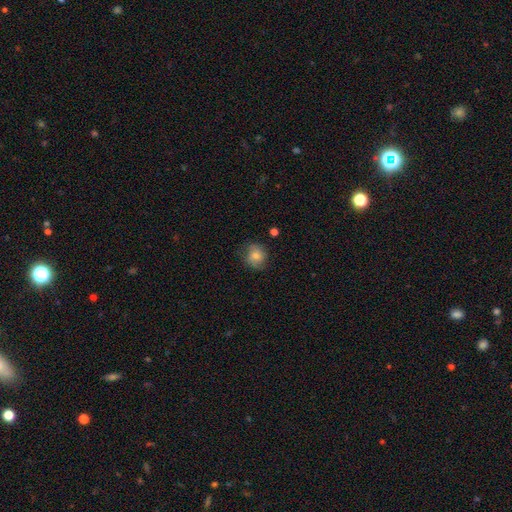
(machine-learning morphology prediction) The model was most divided on "smooth or featured": smooth: 72%, featured or disk: 19%, star or artifact: 9%. More confident: how rounded — round (78%); merging — none (73%).